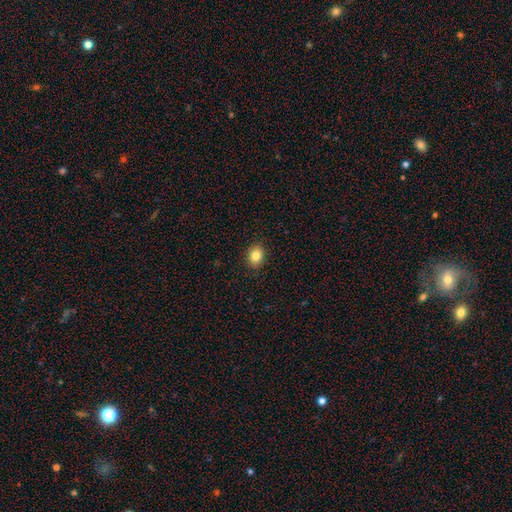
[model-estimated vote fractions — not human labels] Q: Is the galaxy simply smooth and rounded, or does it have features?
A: smooth — 84%.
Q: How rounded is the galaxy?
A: in between — 53%.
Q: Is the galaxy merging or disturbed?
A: none — 90%.